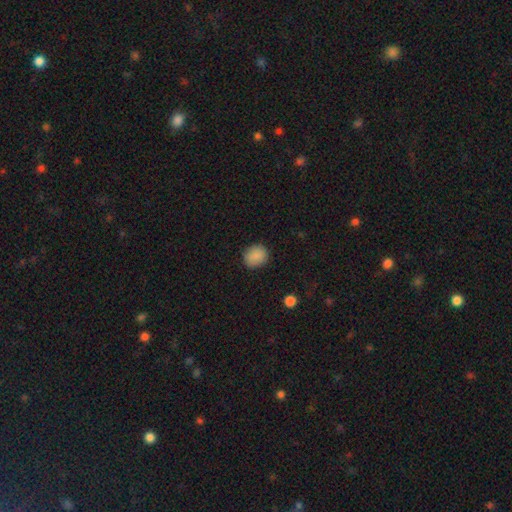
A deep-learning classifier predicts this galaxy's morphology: Smooth or featured: smooth — 87% (star or artifact — 9%)
How rounded: round — 77% (in between — 23%)
Merging: none — 86% (minor disturbance — 10%)